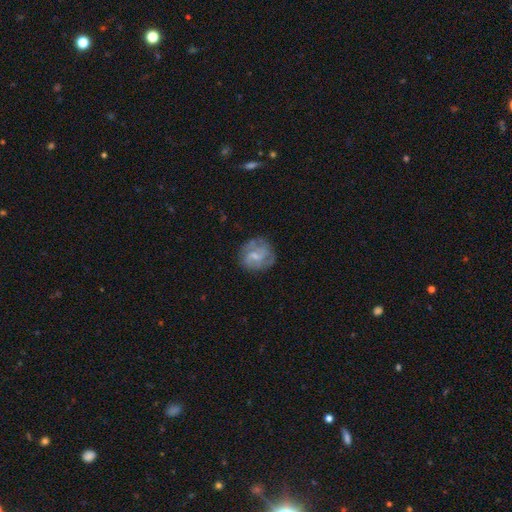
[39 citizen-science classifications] This is likely a featured or disk galaxy (72%). It is clearly not viewed edge-on (96%). Bar: possibly no (52%). Spiral arm pattern: clearly yes (85%). Spiral arm count: likely 2 (74%). Spiral winding: marginally loose (39%). Central bulge: possibly small (56%). Merging: likely none (76%).